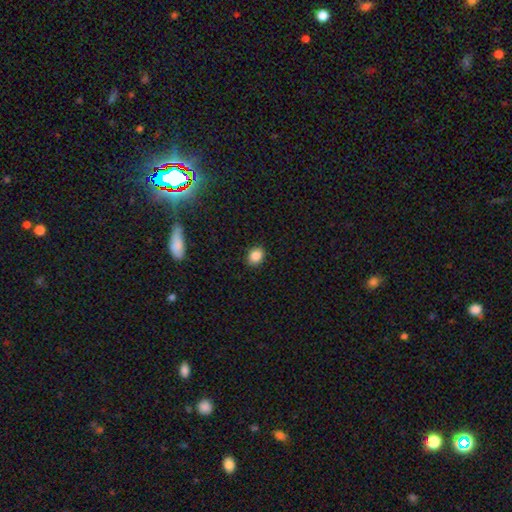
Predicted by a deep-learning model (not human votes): A smooth galaxy with no disk features (87%) that is in between round and cigar-shaped (54%).

Vote fractions:
- Smooth or featured? smooth: 87% / star or artifact: 10% / featured or disk: 4%
- How rounded? in between: 54% / round: 45% / cigar-shaped: 1%
- Merging? none: 89% / minor disturbance: 8% / major disturbance: 2% / merger: 1%